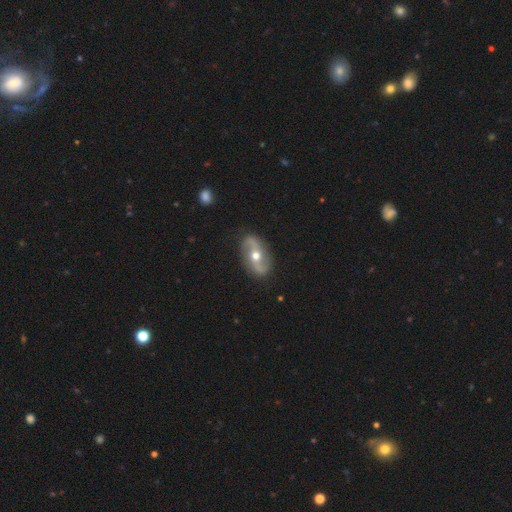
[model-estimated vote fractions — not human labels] Smooth or featured: featured or disk — 83% (smooth — 12%)
Edge-on disk: no — 94% (yes — 6%)
Bar: no — 42% (weak — 31%)
Spiral arms: yes — 89% (no — 11%)
Spiral winding: loose — 66% (medium — 24%)
Spiral arm count: 2 — 93% (can't tell — 2%)
Bulge size: moderate — 78% (small — 16%)
Merging: none — 86% (minor disturbance — 10%)